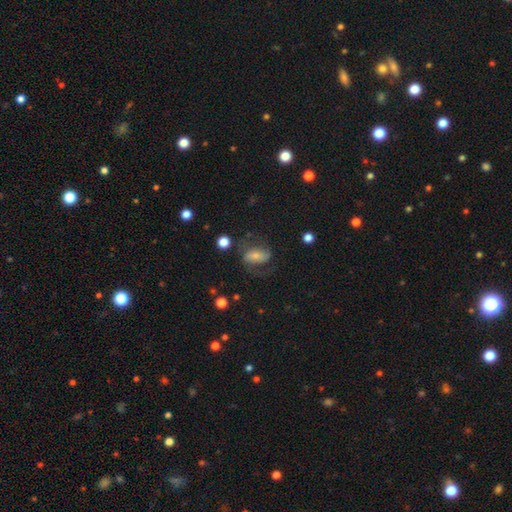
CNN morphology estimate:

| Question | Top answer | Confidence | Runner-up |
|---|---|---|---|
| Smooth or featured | featured or disk | 56% | smooth (35%) |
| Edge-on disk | no | 95% | yes (5%) |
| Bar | weak | 35% | tied: no (35%) |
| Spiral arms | yes | 84% | no (16%) |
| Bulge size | small | 48% | moderate (33%) |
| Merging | none | 53% | major disturbance (25%) |